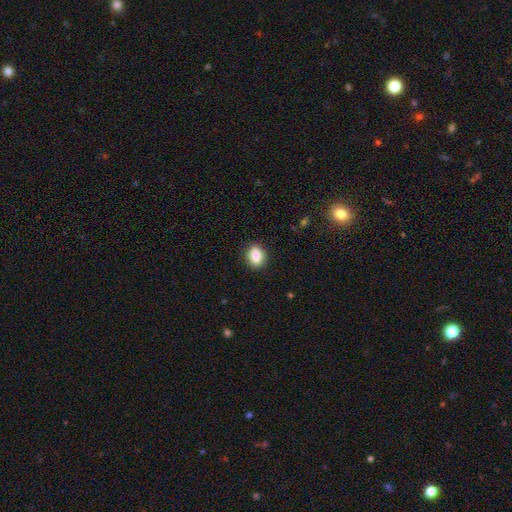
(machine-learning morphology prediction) A smooth galaxy with no disk features (87%) that is in between round and cigar-shaped (59%). Merging: none (89%).